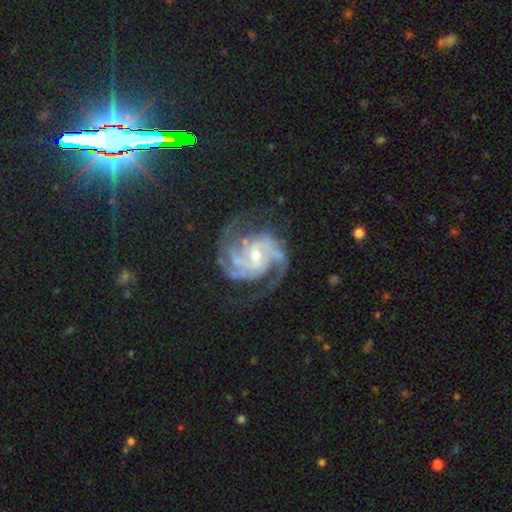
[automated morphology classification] Smooth or featured?
  - featured or disk: 91% *
  - star or artifact: 6%
  - smooth: 3%
Edge-on disk?
  - no: 98% *
  - yes: 2%
Bar?
  - weak: 44% *
  - no: 41%
  - strong: 16%
Spiral arms?
  - yes: 98% *
  - no: 2%
Spiral winding?
  - medium: 48% *
  - tight: 41%
  - loose: 11%
Spiral arm count?
  - 2: 36% *
  - 3: 31%
  - can't tell: 11%
  - 4: 10%
  - 1: 6%
  - more than 4: 6%
Bulge size?
  - small: 51% *
  - moderate: 44%
  - large: 2%
  - none: 2%
  - dominant: 1%
Merging?
  - none: 70% *
  - minor disturbance: 17%
  - major disturbance: 11%
  - merger: 2%